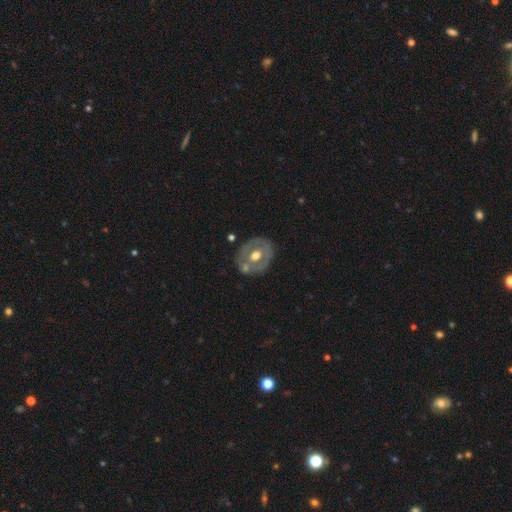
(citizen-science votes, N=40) Smooth or featured? featured or disk (65%)
Edge-on disk? no (100%)
Bar? no (73%)
Spiral arms? no (85%)
Bulge size? moderate (81%)
Merging? none (73%)